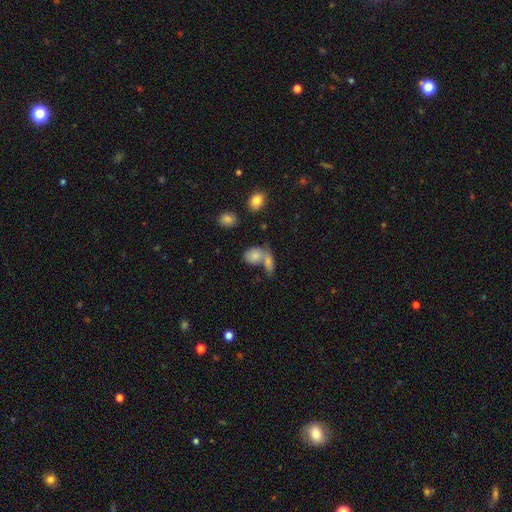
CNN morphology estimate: Overall: smooth (79%). How rounded: in between (71%). Merging: merger (52%; none 32%).